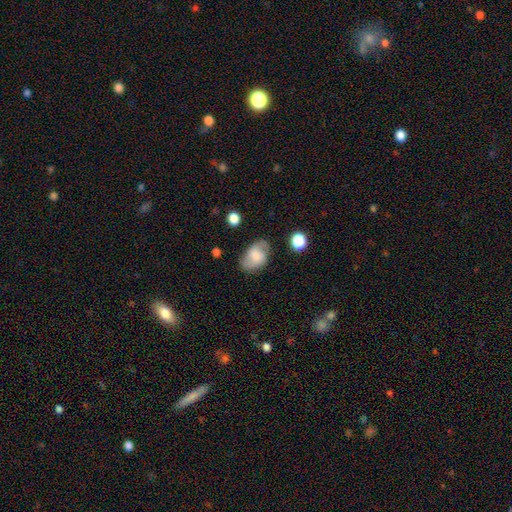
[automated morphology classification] smooth 62%, featured or disk 30%, star or artifact 8%. Down the decision tree: how rounded — in between (87%); merging — none (67%).